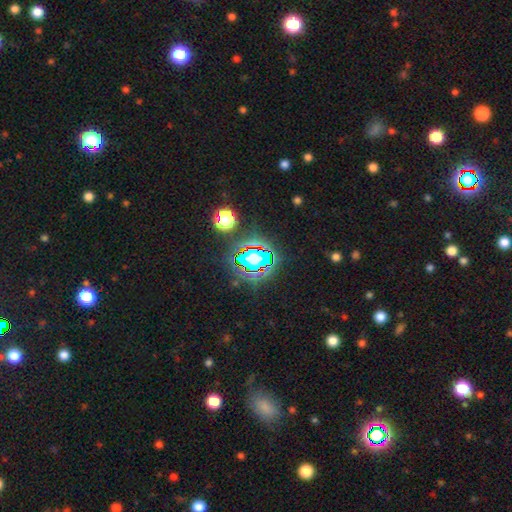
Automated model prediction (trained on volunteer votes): A star or artifact, not a galaxy (67%).